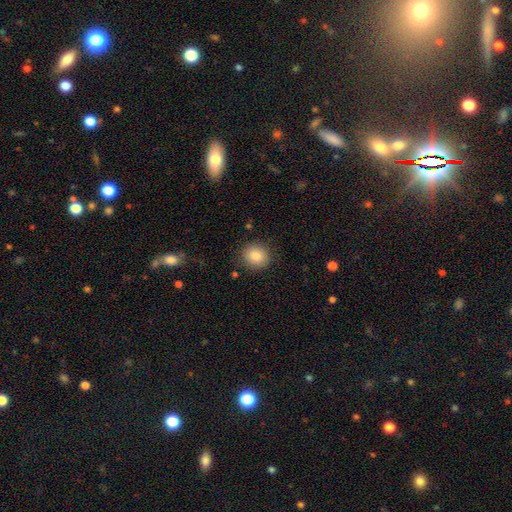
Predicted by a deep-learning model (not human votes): This is clearly a smooth galaxy (85%). How rounded: clearly round (81%). Merging: clearly none (88%).